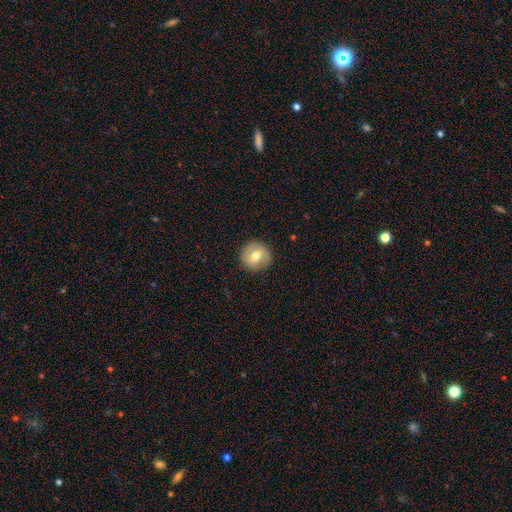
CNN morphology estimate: smooth-or-featured: smooth: 65% | featured or disk: 27% | star or artifact: 8%
  how-rounded: round: 94% | in between: 5% | cigar-shaped: 1%
  merging: none: 89% | minor disturbance: 7% | major disturbance: 2% | merger: 1%